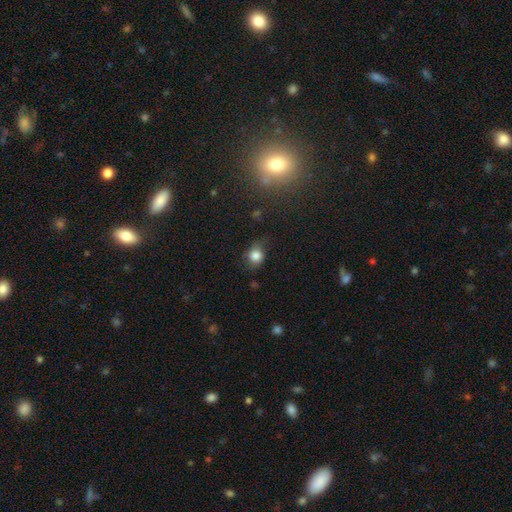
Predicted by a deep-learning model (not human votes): A smooth galaxy with no disk features (80%) that is round (68%). Merging: none (55%).